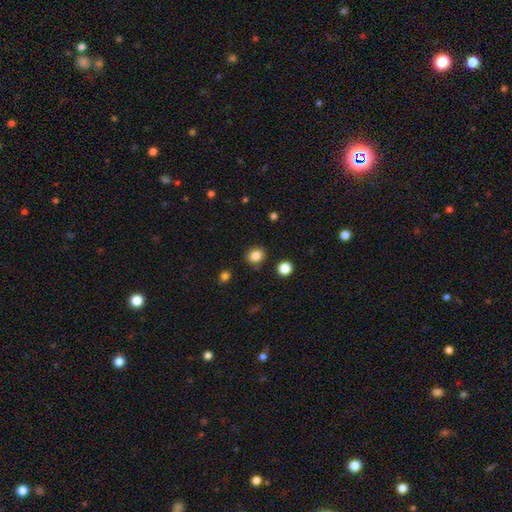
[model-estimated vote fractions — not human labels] A smooth galaxy with no disk features (85%) that is round (71%). Merging: none (86%).